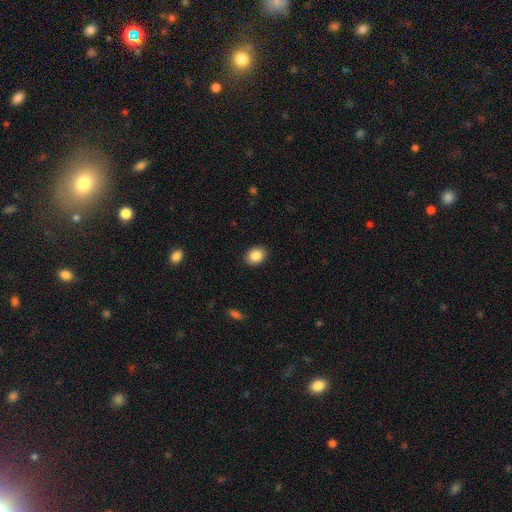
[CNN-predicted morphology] type=smooth (87%); roundness=in between (50%); merging=none (91%).